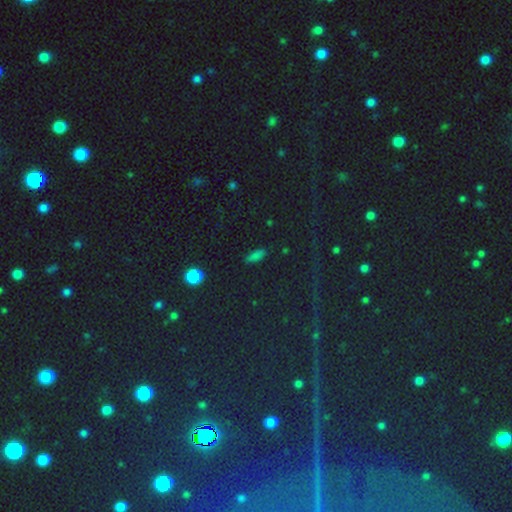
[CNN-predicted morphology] Smooth or featured? Predicted: smooth (p=0.68). How rounded? Predicted: in between (p=0.61). Merging? Predicted: none (p=0.86).